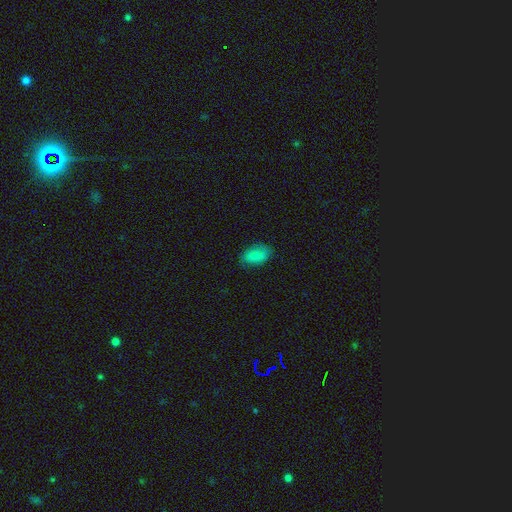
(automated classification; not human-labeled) Smooth or featured: smooth — 85% (star or artifact — 8%)
How rounded: in between — 92% (round — 6%)
Merging: none — 80% (minor disturbance — 15%)